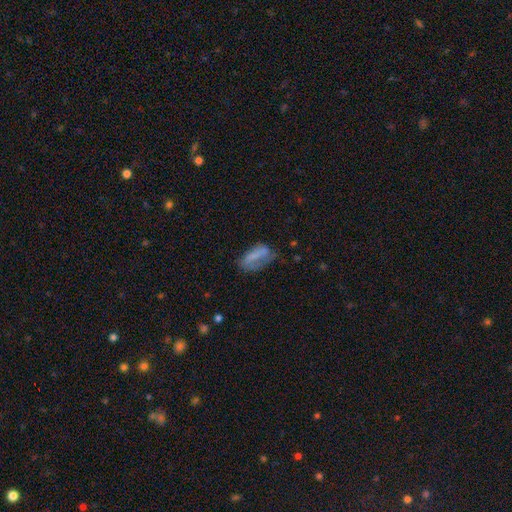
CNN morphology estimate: type=smooth (61%); roundness=in between (81%); merging=none (39%).